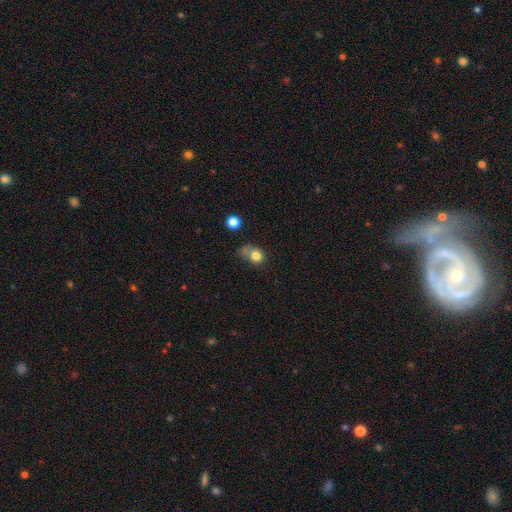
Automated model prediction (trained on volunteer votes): smooth_or_featured: smooth (p=0.80) [alt: star or artifact p=0.11]
how_rounded: round (p=0.74) [alt: in between p=0.25]
merging: none (p=0.42) [alt: minor disturbance p=0.22]